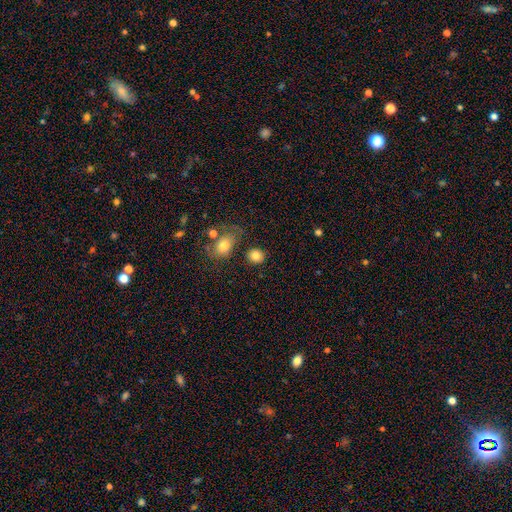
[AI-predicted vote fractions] A smooth galaxy with no disk features (83%) that is round (82%). Merging: none (80%).